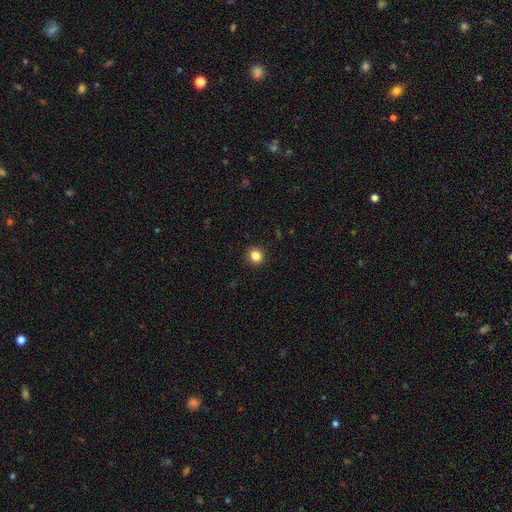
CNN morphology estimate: Overall: smooth (84%). How rounded: round (90%). Merging: none (92%).